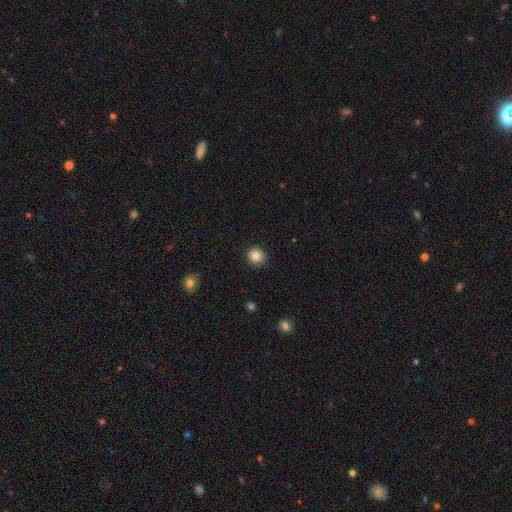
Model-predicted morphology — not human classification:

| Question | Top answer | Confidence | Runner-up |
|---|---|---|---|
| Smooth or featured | smooth | 84% | star or artifact (11%) |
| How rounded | round | 93% | in between (6%) |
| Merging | none | 91% | minor disturbance (6%) |